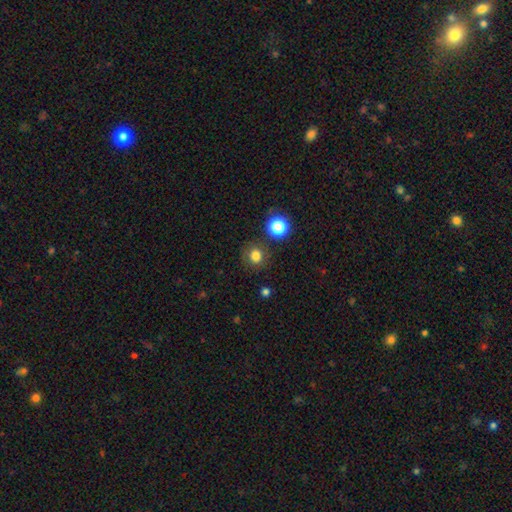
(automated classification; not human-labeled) smooth 79%, star or artifact 15%, featured or disk 6%. Down the decision tree: how rounded — round (89%); merging — none (85%).